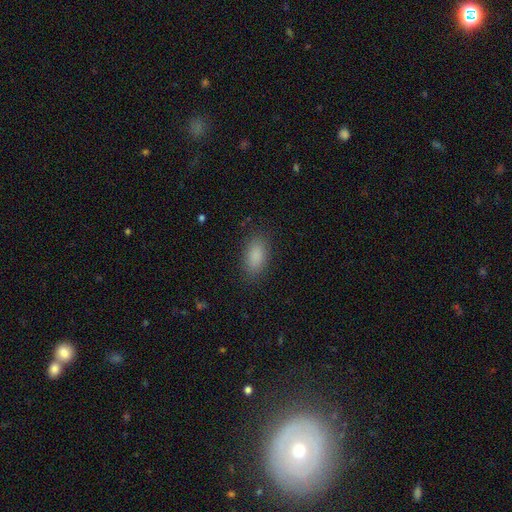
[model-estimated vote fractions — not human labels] Overall: smooth (87%). How rounded: in between (91%). Merging: none (86%).